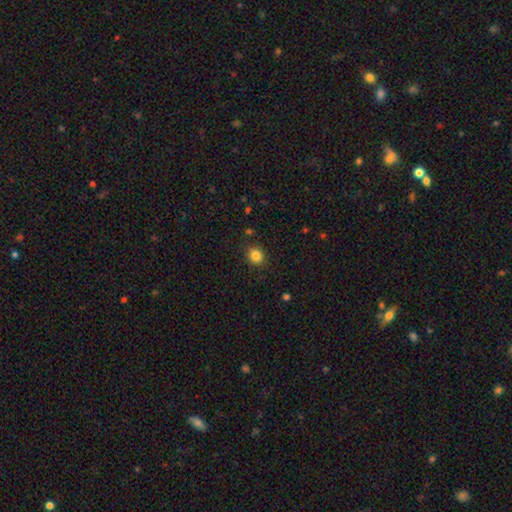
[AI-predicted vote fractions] The model was most divided on "how rounded": round: 69%, in between: 30%, cigar-shaped: 1%. More confident: merging — none (87%); smooth or featured — smooth (84%).